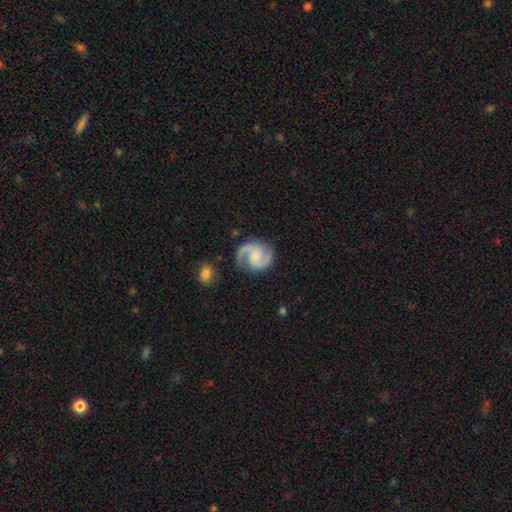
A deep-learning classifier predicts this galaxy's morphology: The model was most divided on "bulge size": small: 36%, moderate: 29%, none: 29%, large: 5%, dominant: 1%. More confident: edge-on disk — no (98%); spiral arms — yes (98%); spiral arm count — 2 (93%); smooth or featured — featured or disk (91%); merging — none (83%); spiral winding — medium (60%); bar — no (55%).